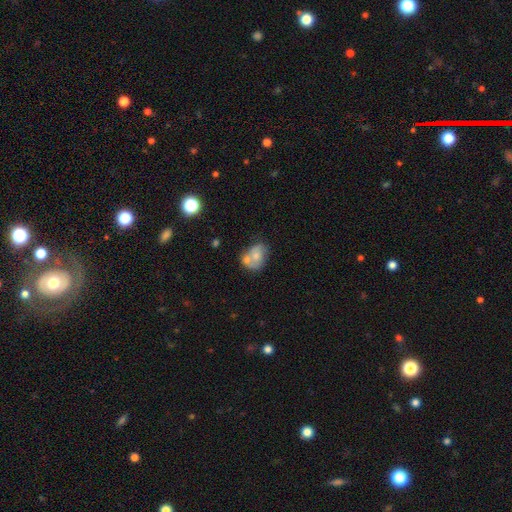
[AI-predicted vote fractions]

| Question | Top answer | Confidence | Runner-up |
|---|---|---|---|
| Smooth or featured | smooth | 60% | featured or disk (31%) |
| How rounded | in between | 60% | round (39%) |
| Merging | merger | 51% | none (27%) |